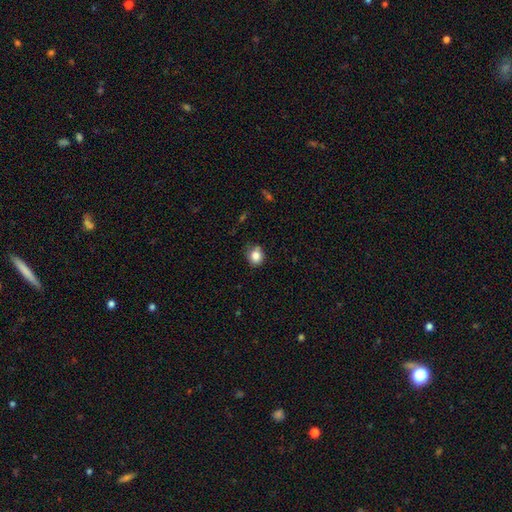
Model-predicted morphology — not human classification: smooth-or-featured: smooth: 84% | star or artifact: 10% | featured or disk: 6%
  how-rounded: round: 72% | in between: 27% | cigar-shaped: 1%
  merging: none: 70% | minor disturbance: 23% | major disturbance: 5% | merger: 2%